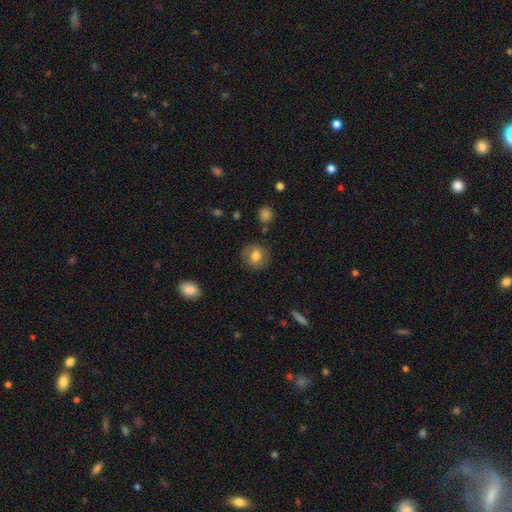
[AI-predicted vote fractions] This appears to be a smooth galaxy with no disk features (69%) that is round (81%). Merging: none (81%).